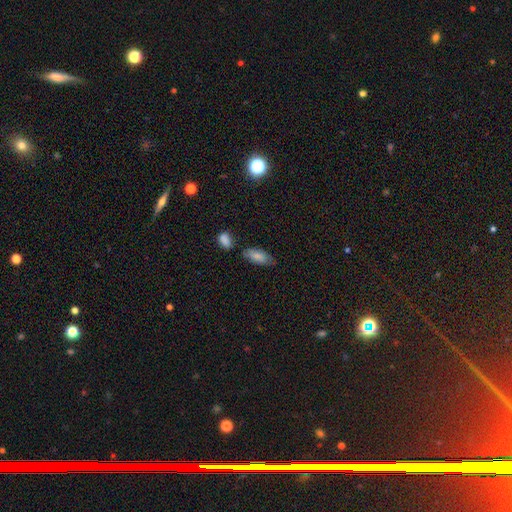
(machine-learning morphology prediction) smooth 72%, featured or disk 17%, star or artifact 11%. Down the decision tree: how rounded — in between (84%); merging — none (71%).